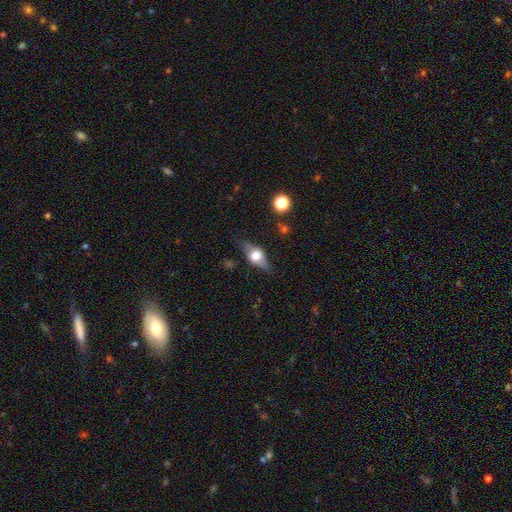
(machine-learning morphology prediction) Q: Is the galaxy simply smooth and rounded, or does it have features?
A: featured or disk — 50%.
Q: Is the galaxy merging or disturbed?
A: none — 74%.